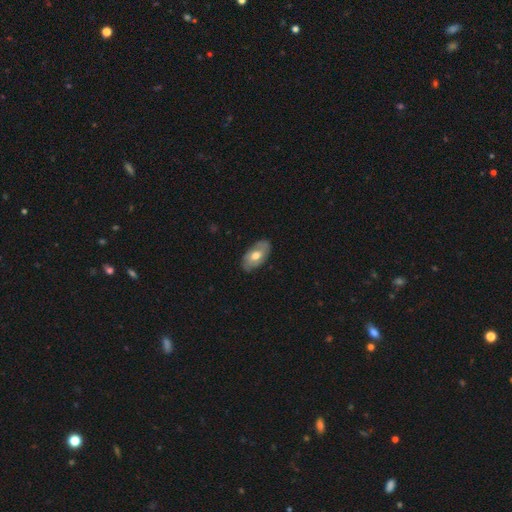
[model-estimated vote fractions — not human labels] Smooth or featured?
  - smooth: 52% *
  - featured or disk: 42%
  - star or artifact: 6%
How rounded?
  - in between: 93% *
  - round: 4%
  - cigar-shaped: 3%
Merging?
  - none: 82% *
  - minor disturbance: 15%
  - major disturbance: 3%
  - merger: 1%